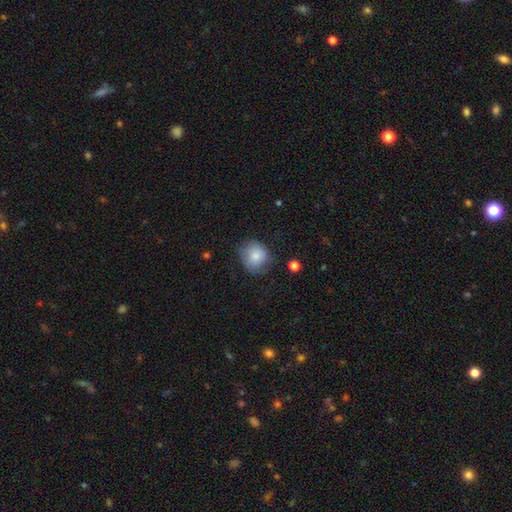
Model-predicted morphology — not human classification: type=smooth (81%); roundness=round (80%); merging=none (68%).